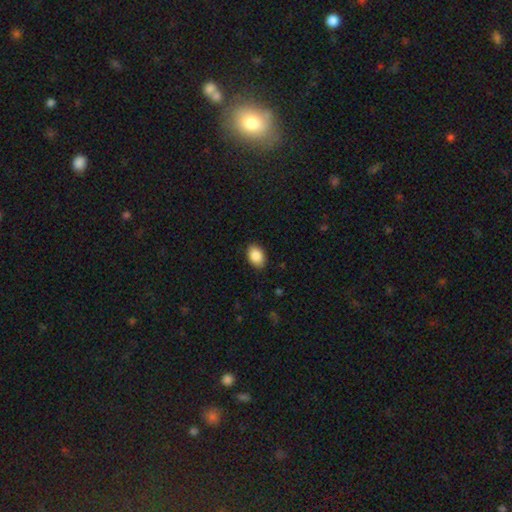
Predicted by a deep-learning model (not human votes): This is clearly a smooth galaxy (89%). How rounded: clearly in between (86%). Merging: clearly none (87%).